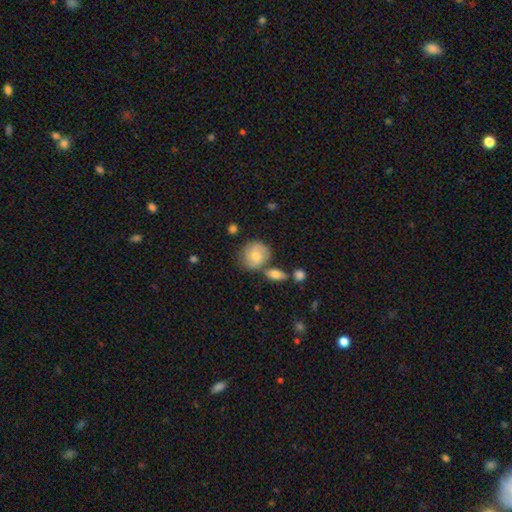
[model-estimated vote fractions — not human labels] The model was most divided on "smooth or featured": smooth: 60%, featured or disk: 32%, star or artifact: 7%. More confident: how rounded — round (77%); merging — none (61%).